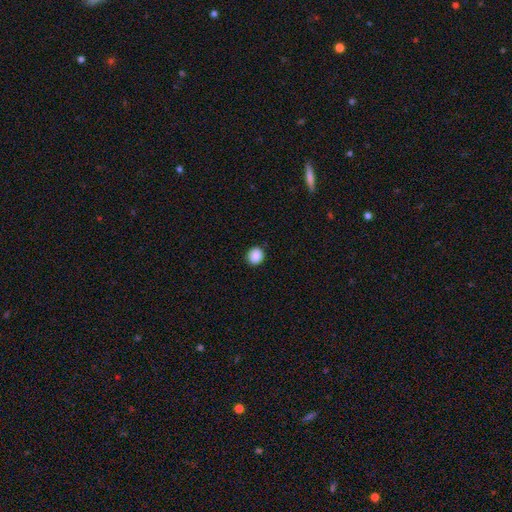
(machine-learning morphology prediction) Q: Smooth or featured?
A: smooth (90%); runner-up: star or artifact (8%)
Q: How rounded?
A: round (79%); runner-up: in between (20%)
Q: Merging?
A: none (91%); runner-up: minor disturbance (7%)